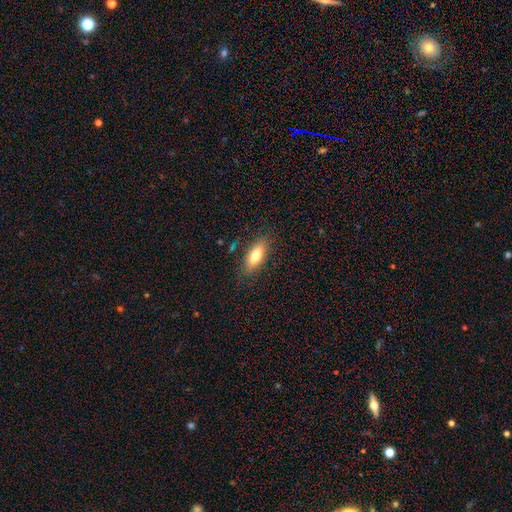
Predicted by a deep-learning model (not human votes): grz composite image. It shows a smooth galaxy with no disk features (73%) that is in between round and cigar-shaped (73%). Merging: none (82%).